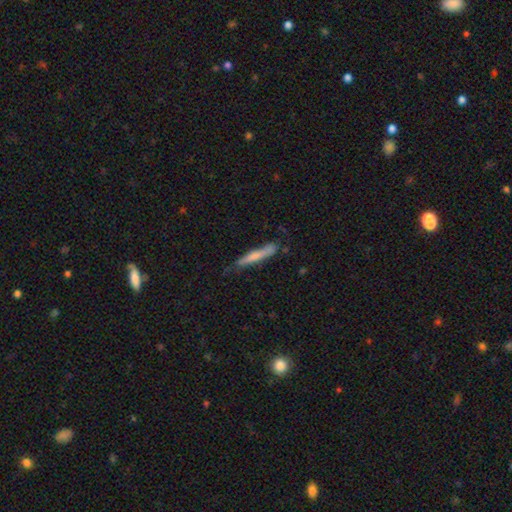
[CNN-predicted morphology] Smooth or featured: smooth — 64% (featured or disk — 31%)
How rounded: cigar-shaped — 94% (in between — 4%)
Merging: none — 73% (minor disturbance — 21%)